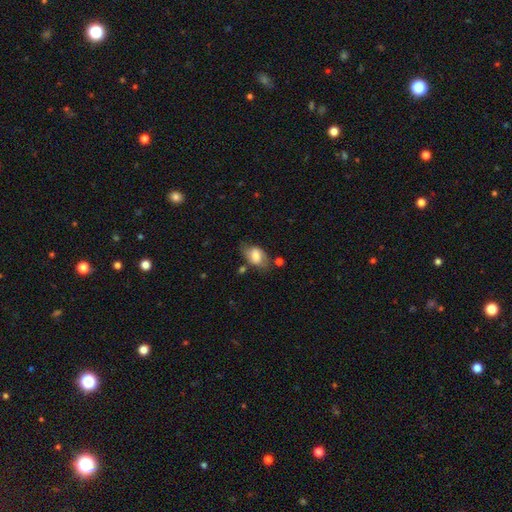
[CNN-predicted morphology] The model was most divided on "merging": none: 59%, minor disturbance: 25%, major disturbance: 10%, merger: 6%. More confident: how rounded — in between (87%); smooth or featured — smooth (66%).